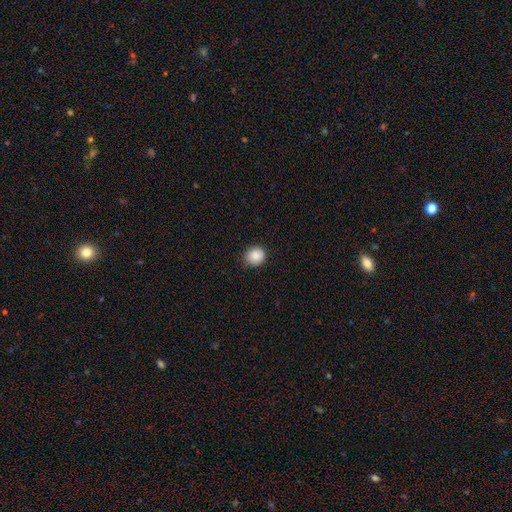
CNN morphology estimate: Smooth or featured: smooth — 86% (star or artifact — 9%)
How rounded: round — 80% (in between — 19%)
Merging: none — 85% (minor disturbance — 12%)